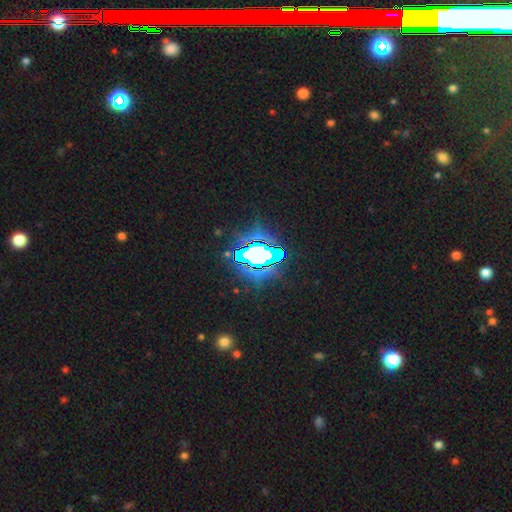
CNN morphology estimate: Q: Smooth or featured?
A: star or artifact (68%); runner-up: featured or disk (16%)